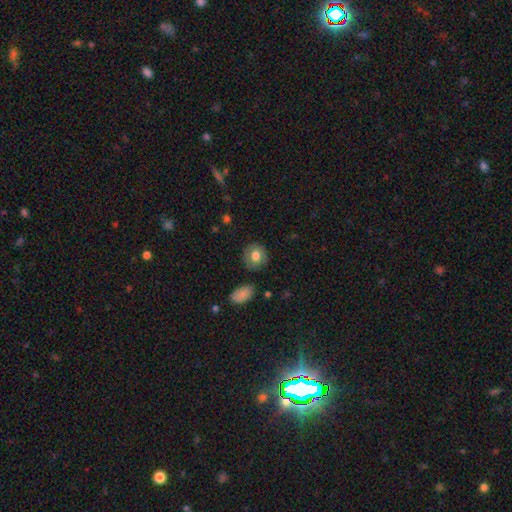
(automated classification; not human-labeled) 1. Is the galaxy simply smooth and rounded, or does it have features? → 71% smooth, 21% featured or disk, 8% star or artifact.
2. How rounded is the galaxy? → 80% round, 18% in between, 1% cigar-shaped.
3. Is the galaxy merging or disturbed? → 82% none, 13% minor disturbance, 4% major disturbance, 2% merger.